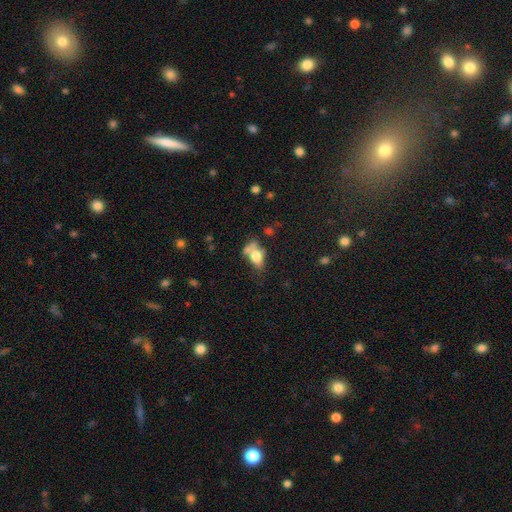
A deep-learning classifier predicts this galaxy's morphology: Smooth or featured? Predicted: smooth (p=0.69). How rounded? Predicted: in between (p=0.79). Merging? Predicted: merger (p=0.39).